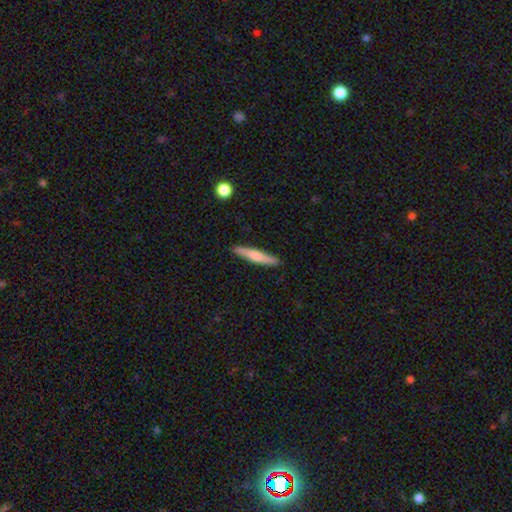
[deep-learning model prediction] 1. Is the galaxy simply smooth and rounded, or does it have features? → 62% smooth, 32% featured or disk, 5% star or artifact.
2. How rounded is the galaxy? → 90% cigar-shaped, 8% in between, 1% round.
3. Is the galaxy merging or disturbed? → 89% none, 8% minor disturbance, 2% major disturbance, 1% merger.